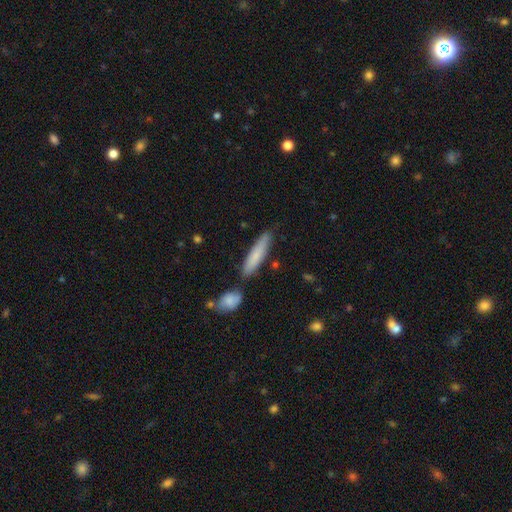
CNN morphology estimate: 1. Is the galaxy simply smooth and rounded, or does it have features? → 77% smooth, 17% featured or disk, 6% star or artifact.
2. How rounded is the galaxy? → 84% cigar-shaped, 14% in between, 1% round.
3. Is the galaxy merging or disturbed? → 76% none, 13% minor disturbance, 8% merger, 3% major disturbance.